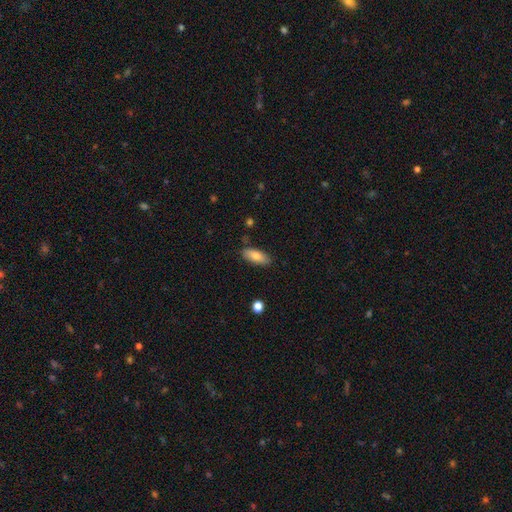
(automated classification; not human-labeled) This is likely a smooth galaxy (80%). How rounded: likely in between (77%). Merging: clearly none (84%).